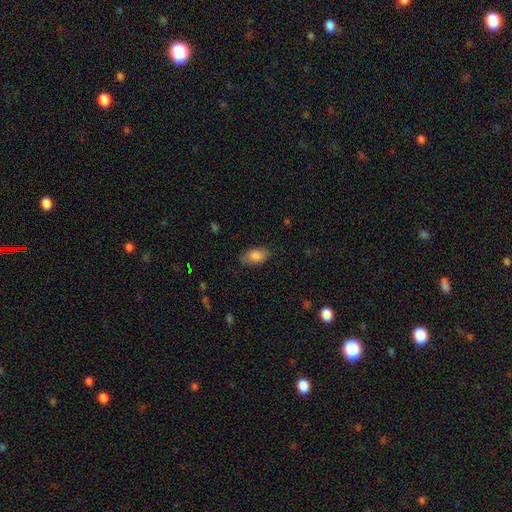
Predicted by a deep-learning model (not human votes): Smooth or featured: smooth — 84% (featured or disk — 8%)
How rounded: in between — 91% (round — 6%)
Merging: none — 79% (minor disturbance — 16%)